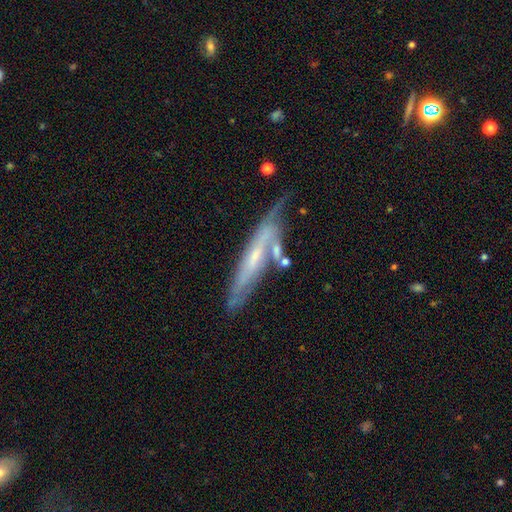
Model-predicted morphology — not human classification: Smooth or featured: featured or disk — 70% (smooth — 24%)
Edge-on disk: yes — 66% (no — 34%)
Merging: none — 55% (minor disturbance — 25%)